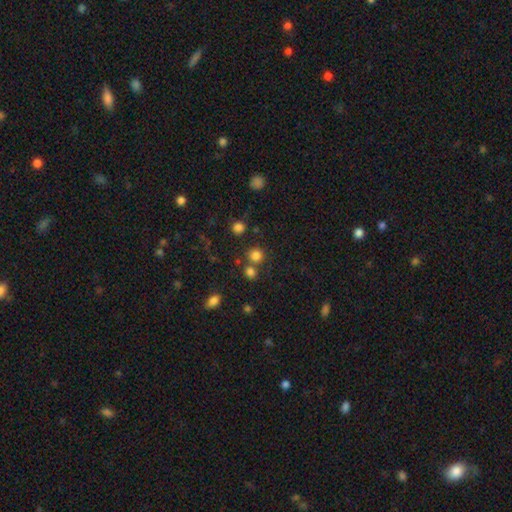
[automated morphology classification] Q: Smooth or featured?
A: smooth (79%); runner-up: star or artifact (16%)
Q: How rounded?
A: round (88%); runner-up: in between (11%)
Q: Merging?
A: none (71%); runner-up: merger (18%)